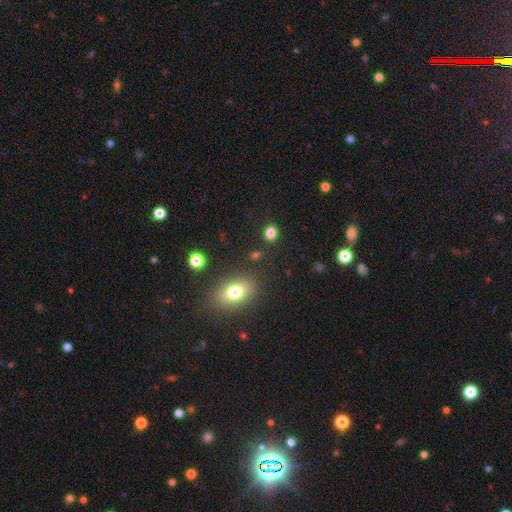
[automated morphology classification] Q: Smooth or featured?
A: smooth (72%); runner-up: star or artifact (17%)
Q: How rounded?
A: in between (66%); runner-up: round (30%)
Q: Merging?
A: none (85%); runner-up: minor disturbance (9%)